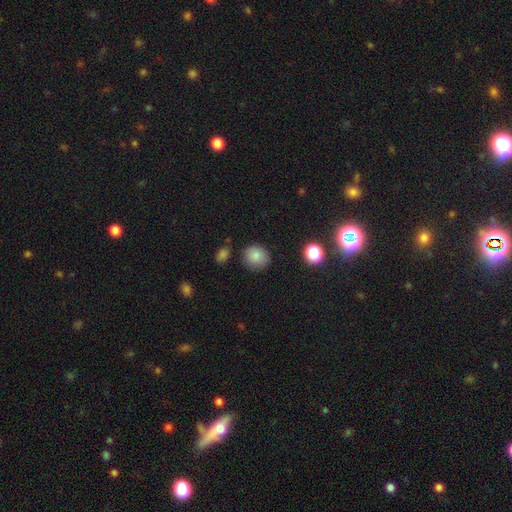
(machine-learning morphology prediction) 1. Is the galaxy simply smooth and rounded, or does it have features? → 84% smooth, 10% star or artifact, 5% featured or disk.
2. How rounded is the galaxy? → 81% round, 18% in between, 1% cigar-shaped.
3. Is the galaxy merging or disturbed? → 82% none, 12% minor disturbance, 3% major disturbance, 3% merger.